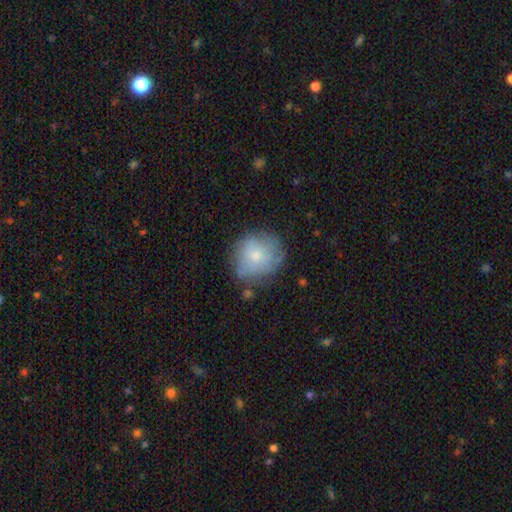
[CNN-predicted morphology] smooth_or_featured: smooth (p=0.66) [alt: featured or disk p=0.26]
how_rounded: round (p=0.84) [alt: in between p=0.15]
merging: none (p=0.69) [alt: minor disturbance p=0.21]